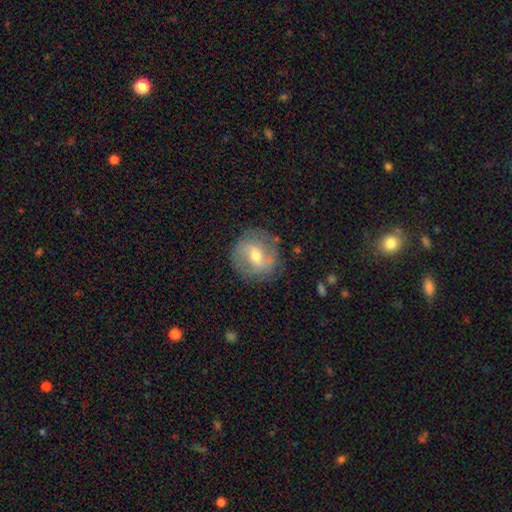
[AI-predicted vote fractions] A featured or disk galaxy (57%) with a weak bar (49%), spiral arms (66%) and a moderate central bulge (61%).

Vote fractions:
- Smooth or featured? featured or disk: 57% / smooth: 35% / star or artifact: 8%
- Edge-on disk? no: 95% / yes: 5%
- Bar? weak: 49% / no: 27% / strong: 24%
- Spiral arms? yes: 66% / no: 34%
- Bulge size? moderate: 61% / small: 34% / large: 3% / none: 1% / dominant: 1%
- Merging? none: 80% / minor disturbance: 13% / major disturbance: 5% / merger: 1%